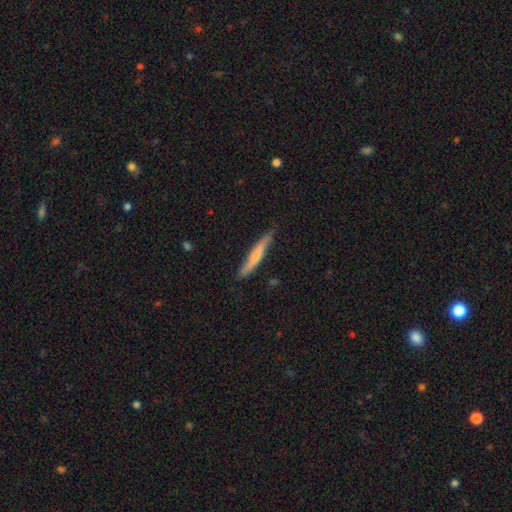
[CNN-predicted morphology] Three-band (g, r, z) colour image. It shows a smooth galaxy with no disk features (58%) that is cigar-shaped (94%). Merging: none (79%).